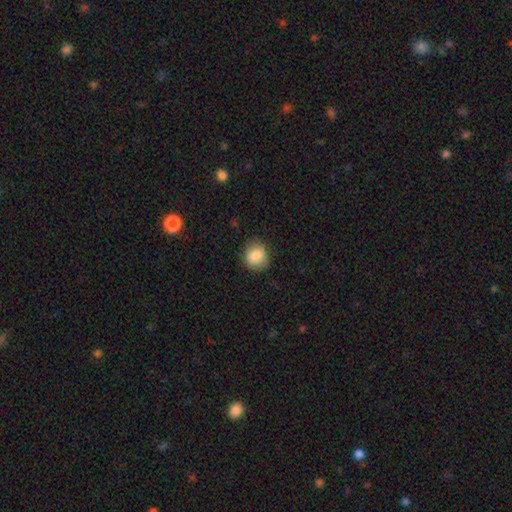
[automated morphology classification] This appears to be a smooth galaxy with no disk features (86%) that is round (80%). Merging: none (83%).